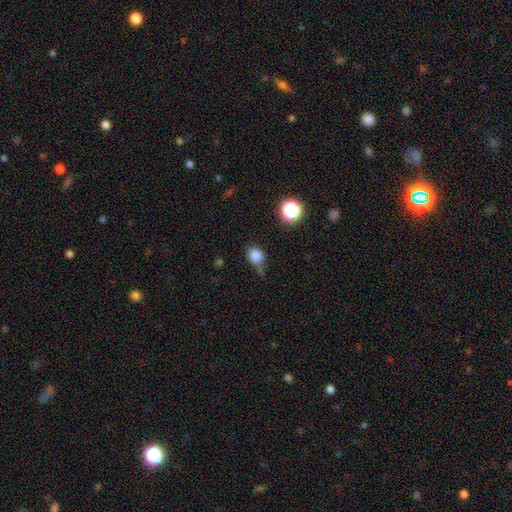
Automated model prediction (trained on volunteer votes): This appears to be a smooth galaxy with no disk features (82%) that is round (69%). Merging: none (52%).